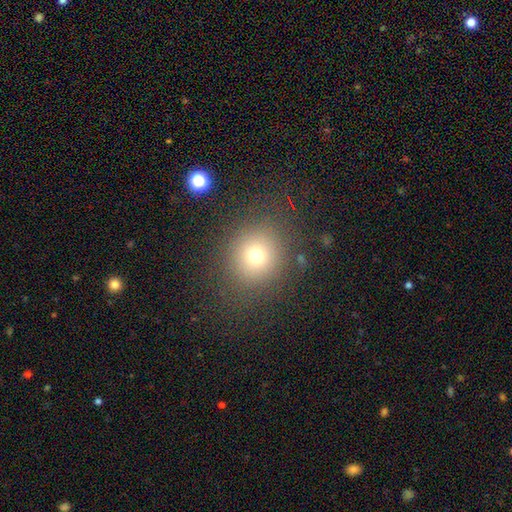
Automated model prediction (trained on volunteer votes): Overall: smooth (71%). How rounded: round (86%). Merging: none (84%).